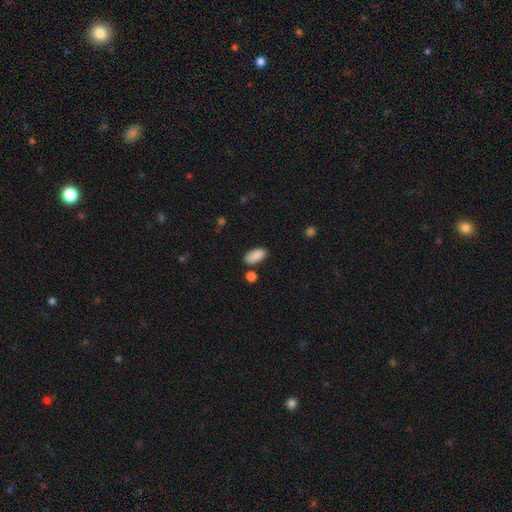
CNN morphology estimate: Smooth or featured? Predicted: smooth (p=0.89). How rounded? Predicted: in between (p=0.91). Merging? Predicted: none (p=0.79).